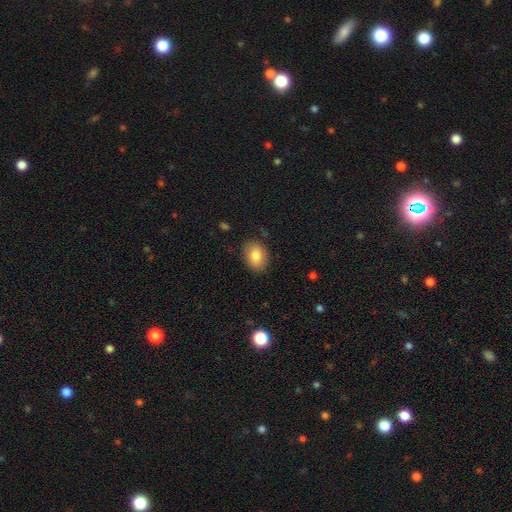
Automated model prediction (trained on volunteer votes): Overall: smooth (83%). How rounded: in between (69%; round 30%). Merging: none (84%).